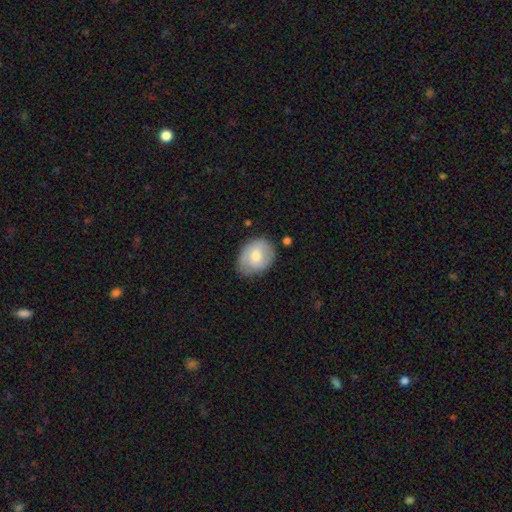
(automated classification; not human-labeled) smooth 65%, featured or disk 29%, star or artifact 7%. Down the decision tree: how rounded — in between (60%); merging — none (74%).